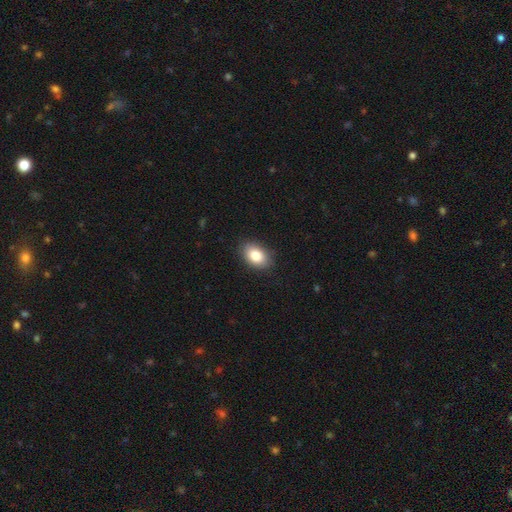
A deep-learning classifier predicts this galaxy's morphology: Overall: smooth (84%). How rounded: in between (88%). Merging: none (87%).